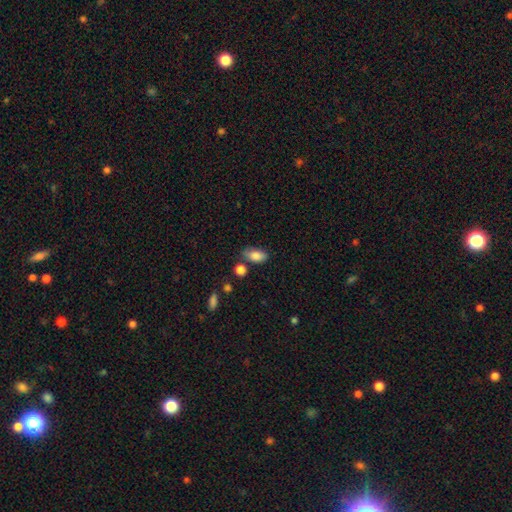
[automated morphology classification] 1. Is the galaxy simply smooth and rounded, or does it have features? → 84% smooth, 8% star or artifact, 8% featured or disk.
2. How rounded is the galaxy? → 91% in between, 6% round, 3% cigar-shaped.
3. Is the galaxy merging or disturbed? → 68% none, 19% minor disturbance, 8% merger, 5% major disturbance.